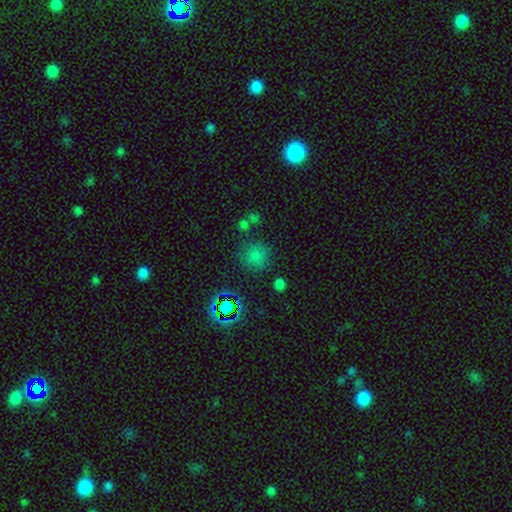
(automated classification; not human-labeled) Overall: smooth (65%; star or artifact 27%). How rounded: round (91%). Merging: none (76%).